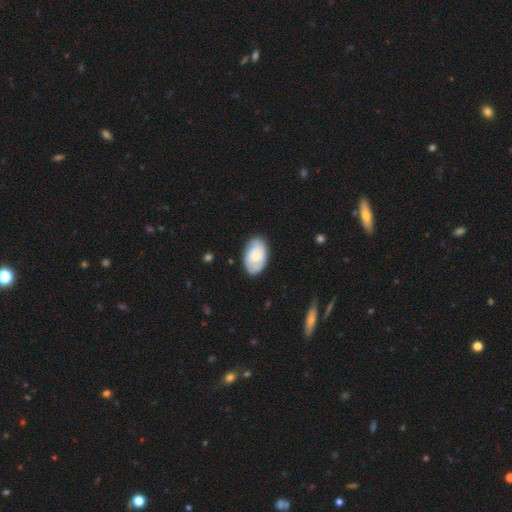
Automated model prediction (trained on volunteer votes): Smooth or featured: smooth — 58% (featured or disk — 36%)
How rounded: in between — 91% (round — 8%)
Merging: none — 77% (minor disturbance — 18%)